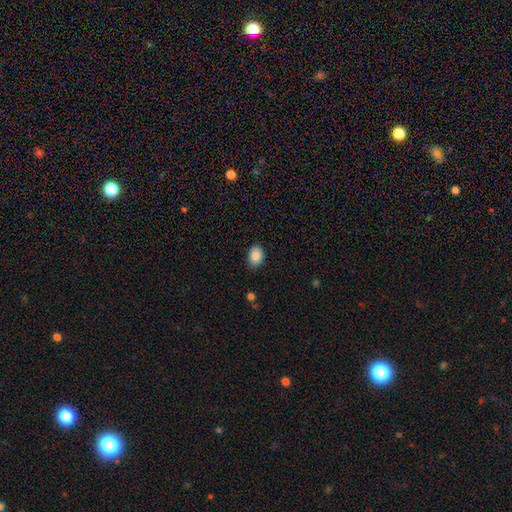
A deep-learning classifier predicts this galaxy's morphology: Smooth or featured? Predicted: smooth (p=0.88). How rounded? Predicted: in between (p=0.72). Merging? Predicted: none (p=0.86).